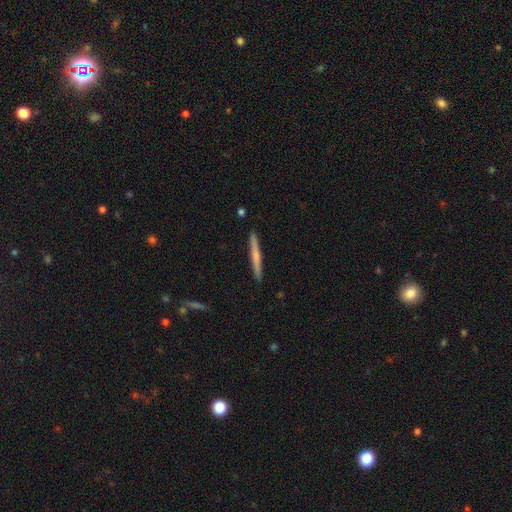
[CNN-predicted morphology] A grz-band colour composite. It shows a smooth galaxy with no disk features (51%) that is cigar-shaped (97%). Merging: none (92%).